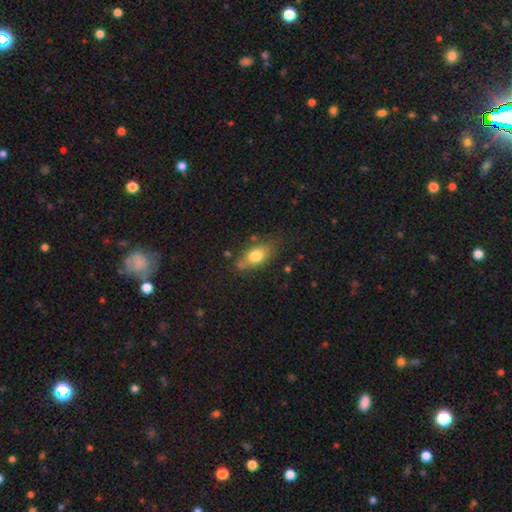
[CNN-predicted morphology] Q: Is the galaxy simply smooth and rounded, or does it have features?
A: smooth — 76%.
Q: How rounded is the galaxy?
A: in between — 80%.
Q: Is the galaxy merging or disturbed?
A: none — 62%.